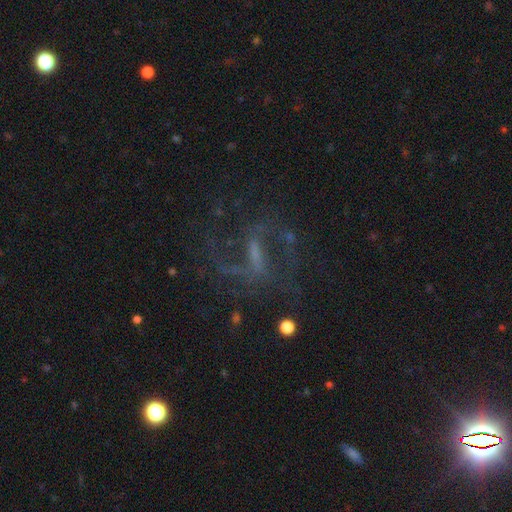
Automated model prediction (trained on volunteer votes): Smooth or featured: featured or disk — 77% (star or artifact — 14%)
Edge-on disk: no — 94% (yes — 6%)
Bar: strong — 45% (weak — 40%)
Spiral arms: yes — 89% (no — 11%)
Spiral winding: loose — 45% (medium — 43%)
Spiral arm count: 2 — 79% (can't tell — 10%)
Bulge size: none — 37% (small — 36%)
Merging: none — 64% (major disturbance — 18%)